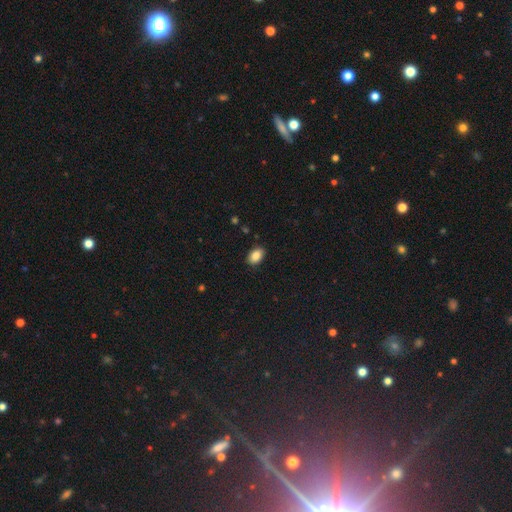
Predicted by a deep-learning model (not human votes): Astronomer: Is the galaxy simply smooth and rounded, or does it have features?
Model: smooth — 87%.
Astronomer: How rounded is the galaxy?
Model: in between — 88%.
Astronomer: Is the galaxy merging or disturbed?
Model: none — 88%.